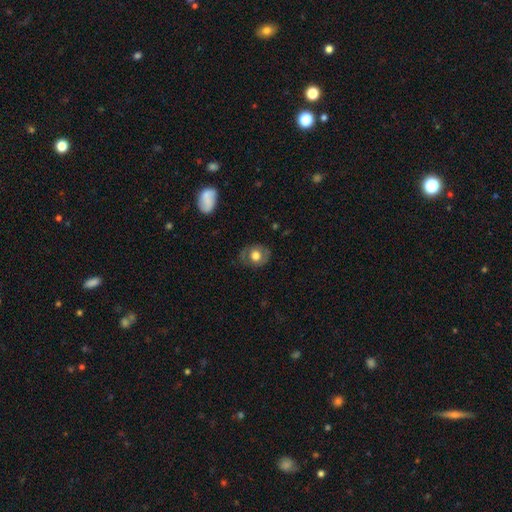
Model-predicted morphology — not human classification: smooth_or_featured: smooth (p=0.60) [alt: featured or disk p=0.32]
how_rounded: round (p=0.64) [alt: in between p=0.35]
merging: none (p=0.76) [alt: minor disturbance p=0.16]